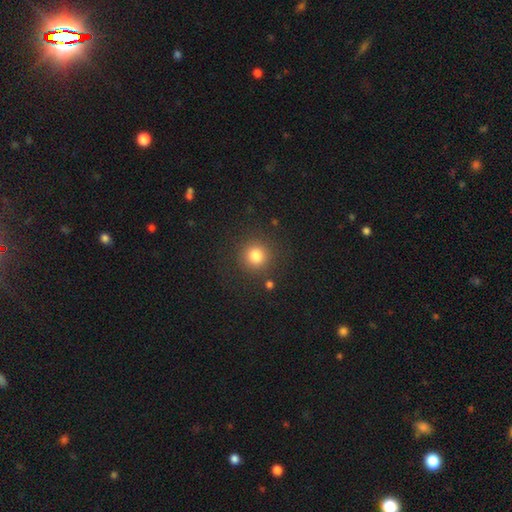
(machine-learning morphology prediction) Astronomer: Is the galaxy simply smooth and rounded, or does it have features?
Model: smooth — 81%.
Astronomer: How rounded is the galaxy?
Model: round — 93%.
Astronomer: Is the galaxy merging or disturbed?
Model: none — 87%.